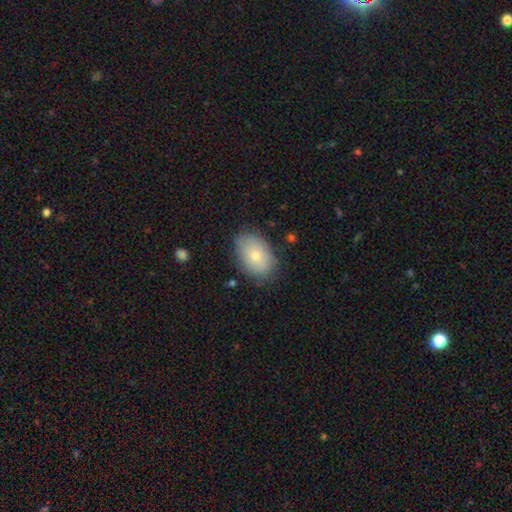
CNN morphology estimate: A smooth galaxy with no disk features (75%) that is in between round and cigar-shaped (86%).

Vote fractions:
- Smooth or featured? smooth: 75% / featured or disk: 18% / star or artifact: 7%
- How rounded? in between: 86% / round: 12% / cigar-shaped: 1%
- Merging? none: 79% / minor disturbance: 16% / major disturbance: 4% / merger: 1%